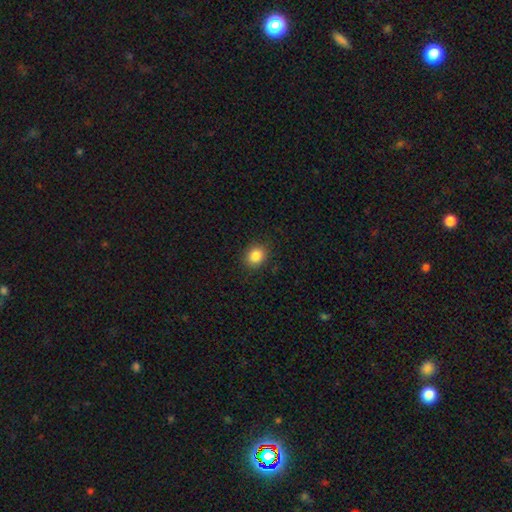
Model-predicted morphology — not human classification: Smooth or featured: smooth — 86% (star or artifact — 10%)
How rounded: round — 64% (in between — 35%)
Merging: none — 87% (minor disturbance — 9%)